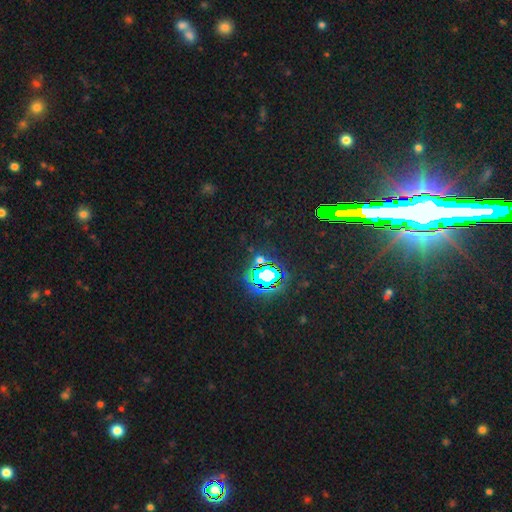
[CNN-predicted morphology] This appears to be a star or artifact, not a galaxy (81%).